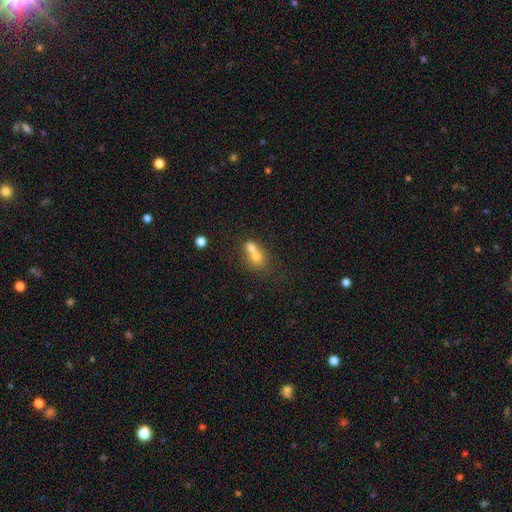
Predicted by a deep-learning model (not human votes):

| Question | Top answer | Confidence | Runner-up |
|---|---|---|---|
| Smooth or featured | smooth | 66% | featured or disk (21%) |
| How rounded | in between | 49% | round (47%) |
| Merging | merger | 67% | none (22%) |